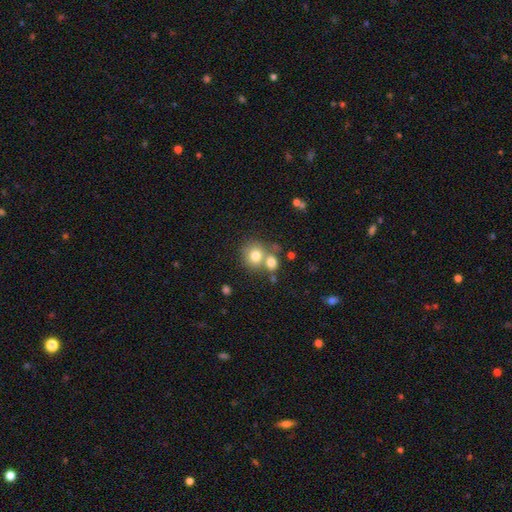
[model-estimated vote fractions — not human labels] smooth 77%, featured or disk 12%, star or artifact 11%. Down the decision tree: how rounded — round (81%); merging — none (49%).